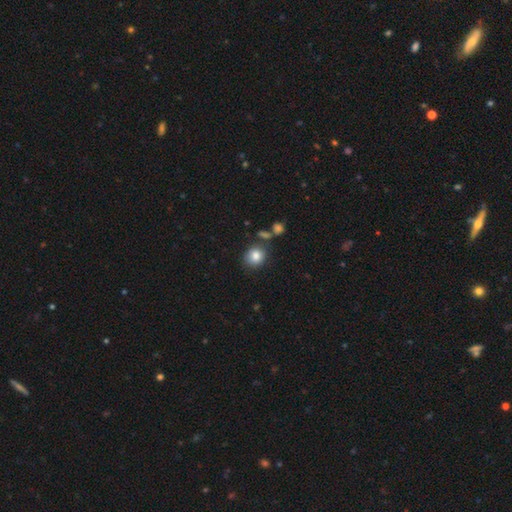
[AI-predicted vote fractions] Smooth or featured? smooth (83%)
How rounded? round (72%)
Merging? none (75%)